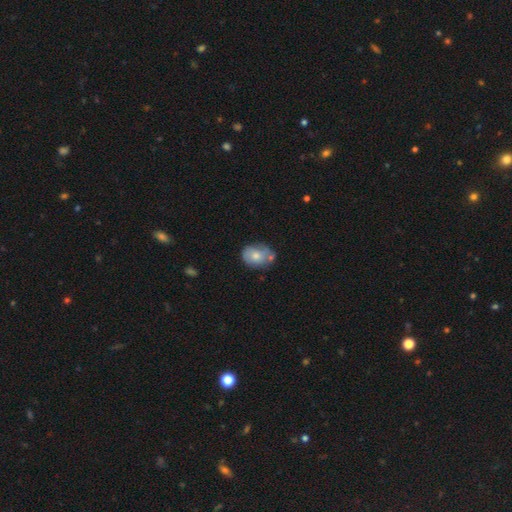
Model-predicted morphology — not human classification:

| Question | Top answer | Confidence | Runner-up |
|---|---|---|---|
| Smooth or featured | smooth | 69% | featured or disk (24%) |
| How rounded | in between | 61% | round (38%) |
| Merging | none | 54% | minor disturbance (27%) |